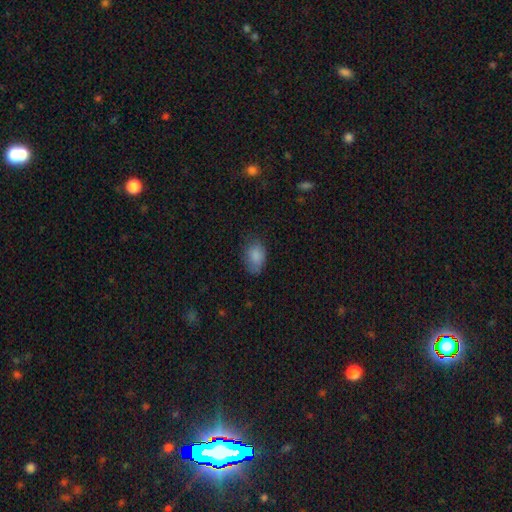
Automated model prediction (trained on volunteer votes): Q: Smooth or featured?
A: smooth (85%); runner-up: star or artifact (8%)
Q: How rounded?
A: in between (81%); runner-up: round (17%)
Q: Merging?
A: none (66%); runner-up: minor disturbance (25%)